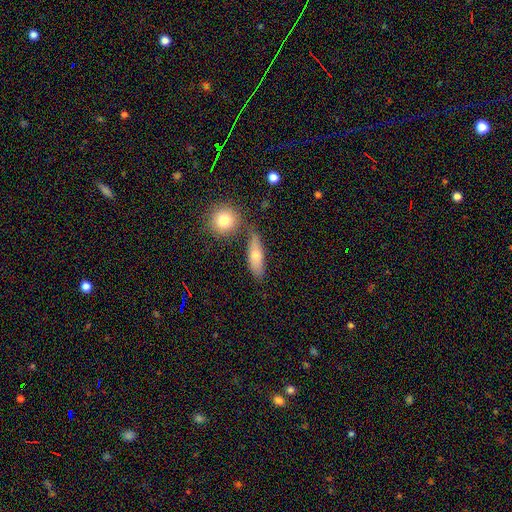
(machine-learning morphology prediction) type=smooth (72%); roundness=in between (57%); merging=none (66%).